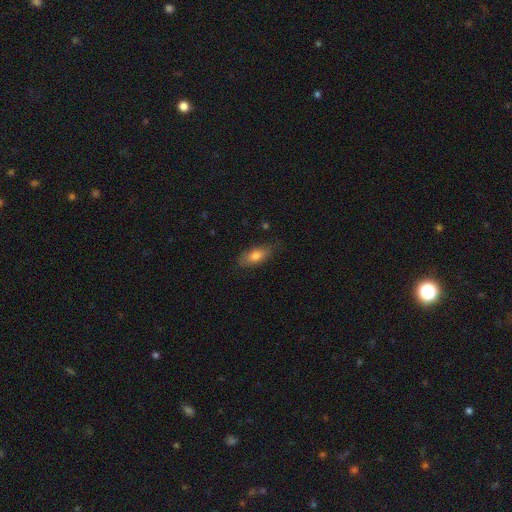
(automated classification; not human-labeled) Smooth or featured?
  - smooth: 77% *
  - featured or disk: 16%
  - star or artifact: 7%
How rounded?
  - in between: 82% *
  - cigar-shaped: 15%
  - round: 4%
Merging?
  - none: 79% *
  - minor disturbance: 17%
  - major disturbance: 3%
  - merger: 1%